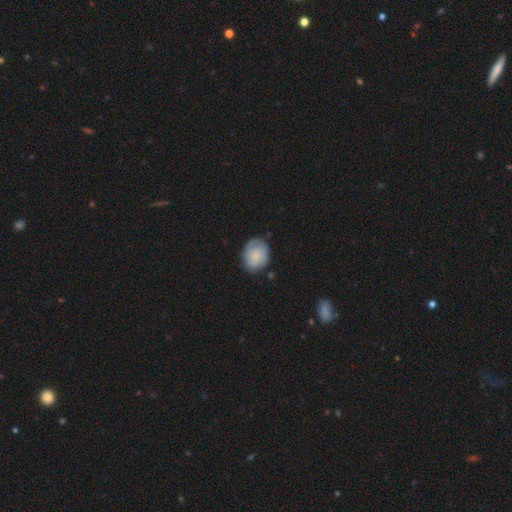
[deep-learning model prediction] This appears to be a smooth galaxy with no disk features (69%) that is in between round and cigar-shaped (51%). Merging: none (71%).